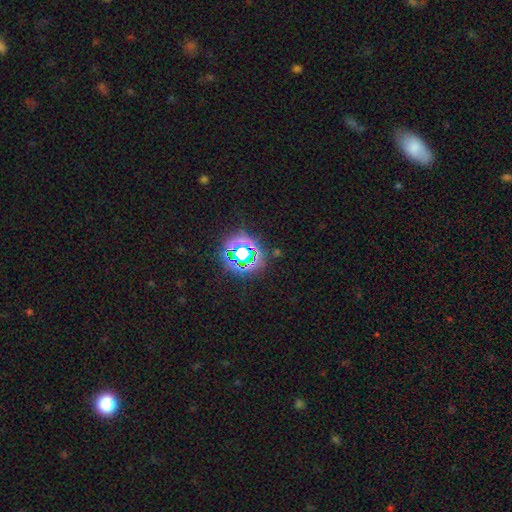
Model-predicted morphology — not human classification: Smooth or featured: star or artifact — 74% (smooth — 17%)